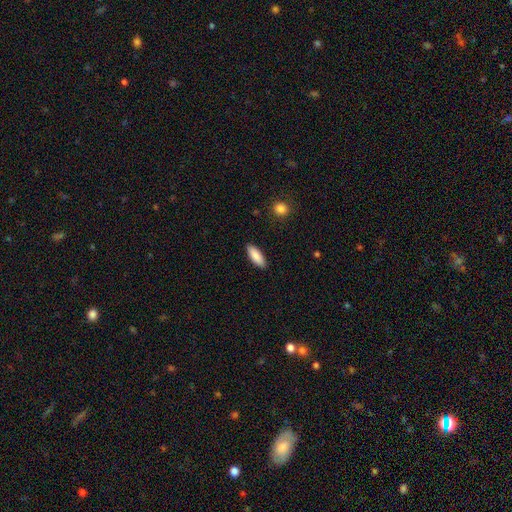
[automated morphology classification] Smooth or featured?
  - smooth: 89% *
  - star or artifact: 6%
  - featured or disk: 5%
How rounded?
  - in between: 69% *
  - cigar-shaped: 29%
  - round: 2%
Merging?
  - none: 89% *
  - minor disturbance: 8%
  - major disturbance: 2%
  - merger: 1%